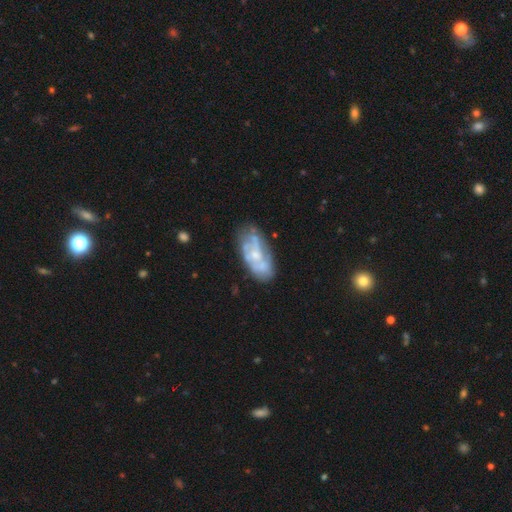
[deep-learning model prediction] featured or disk 67%, smooth 26%, star or artifact 7%. Down the decision tree: edge-on disk — no (93%); bar — no (73%); spiral arms — yes (56%); bulge size — small (49%); merging — none (61%).